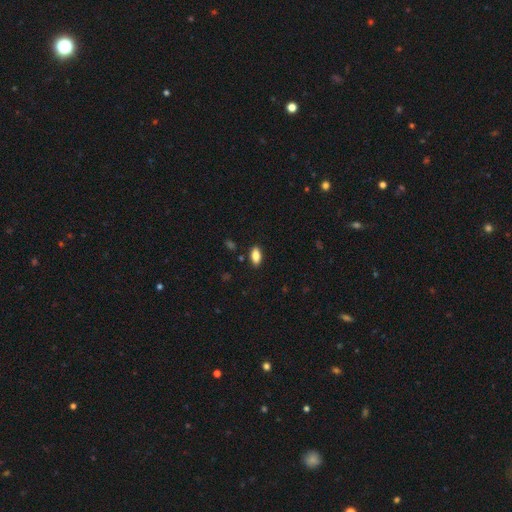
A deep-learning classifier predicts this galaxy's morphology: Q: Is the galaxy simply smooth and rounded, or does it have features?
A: smooth — 86%.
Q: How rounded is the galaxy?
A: in between — 90%.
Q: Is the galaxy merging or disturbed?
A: none — 88%.